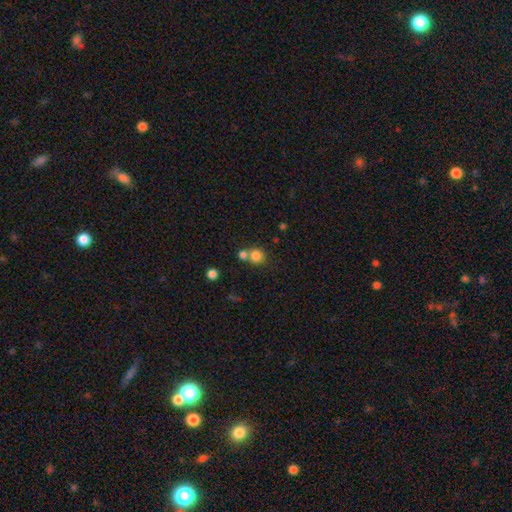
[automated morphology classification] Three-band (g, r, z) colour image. It shows a smooth galaxy with no disk features (81%) that is round (88%). Merging: none (51%).